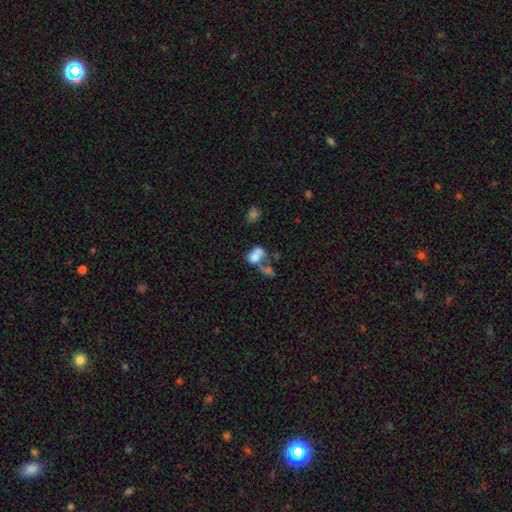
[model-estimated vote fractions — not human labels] A smooth galaxy with no disk features (60%) that is in between round and cigar-shaped (75%). Merging: merger (58%).